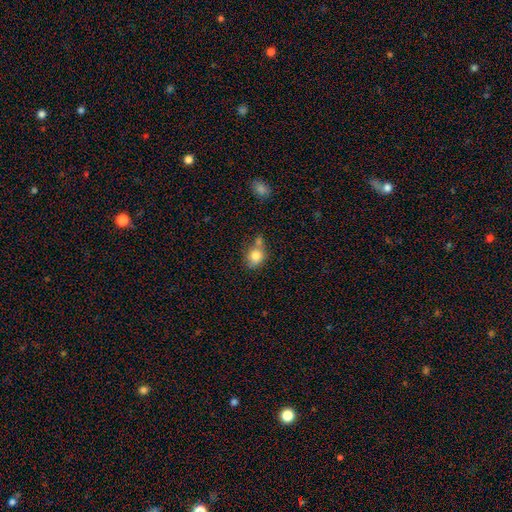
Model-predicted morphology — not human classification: Smooth or featured: smooth — 81% (star or artifact — 10%)
How rounded: round — 67% (in between — 31%)
Merging: none — 51% (merger — 27%)